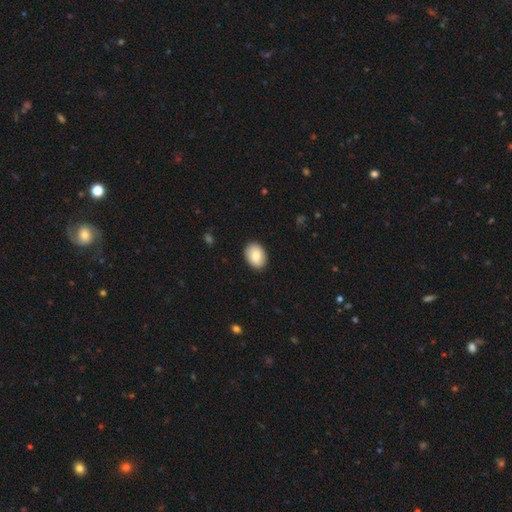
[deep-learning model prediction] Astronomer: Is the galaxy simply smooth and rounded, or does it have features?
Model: smooth — 84%.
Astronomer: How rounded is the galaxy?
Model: in between — 75%.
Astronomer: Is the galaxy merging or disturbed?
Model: none — 89%.